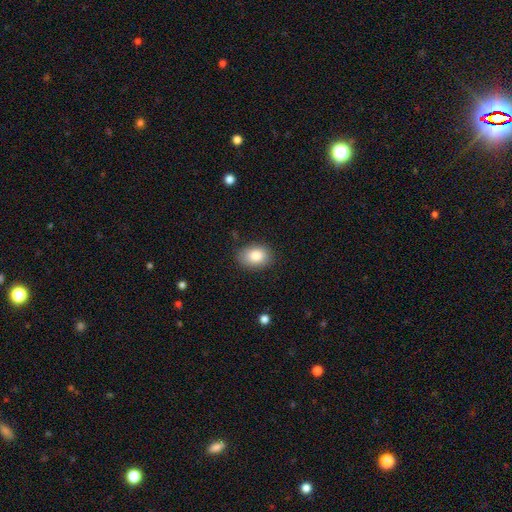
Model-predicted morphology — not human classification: smooth-or-featured: smooth: 85% | star or artifact: 8% | featured or disk: 7%
  how-rounded: in between: 80% | round: 19% | cigar-shaped: 1%
  merging: none: 84% | minor disturbance: 12% | major disturbance: 3% | merger: 1%